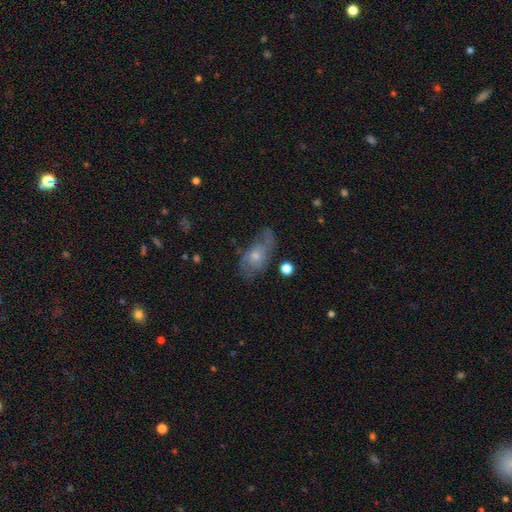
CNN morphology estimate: smooth-or-featured: featured or disk: 54% | smooth: 35% | star or artifact: 11%
  disk-edge-on: no: 89% | yes: 11%
  merging: none: 58% | minor disturbance: 25% | major disturbance: 14% | merger: 3%